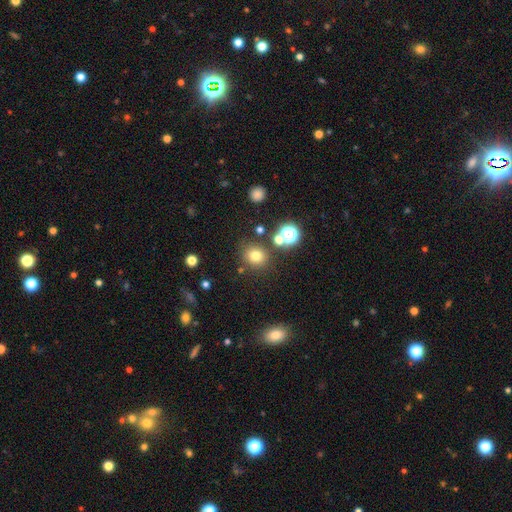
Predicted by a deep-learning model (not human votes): Overall: smooth (73%). How rounded: round (83%). Merging: none (80%).